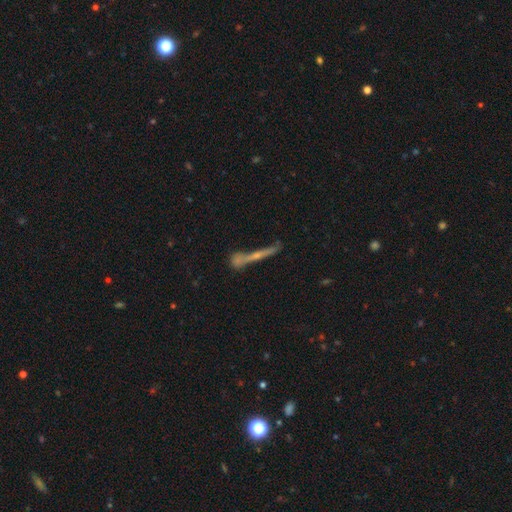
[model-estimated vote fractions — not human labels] smooth_or_featured: featured or disk (p=0.55) [alt: smooth p=0.33]
disk_edge_on: yes (p=0.86) [alt: no p=0.14]
merging: none (p=0.54) [alt: merger p=0.22]